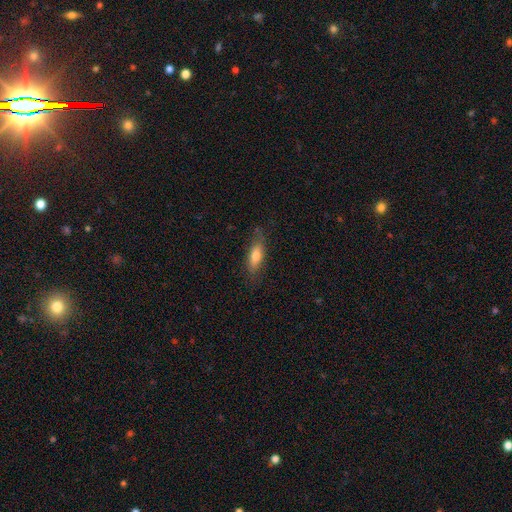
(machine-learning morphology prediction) A smooth galaxy with no disk features (72%) that is in between round and cigar-shaped (62%). Merging: none (73%).